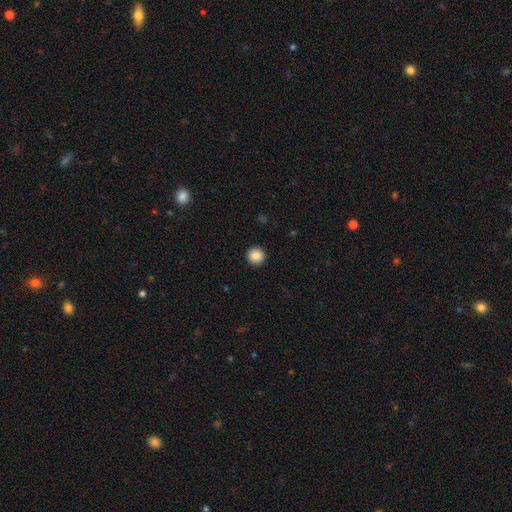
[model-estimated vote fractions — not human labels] smooth_or_featured: smooth (p=0.88) [alt: star or artifact p=0.09]
how_rounded: round (p=0.95) [alt: in between p=0.04]
merging: none (p=0.93) [alt: minor disturbance p=0.04]